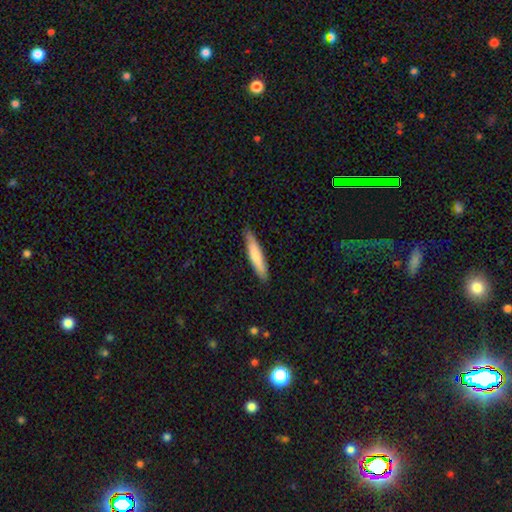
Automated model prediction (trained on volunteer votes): A smooth galaxy with no disk features (72%) that is cigar-shaped (86%).

Vote fractions:
- Smooth or featured? smooth: 72% / featured or disk: 23% / star or artifact: 5%
- How rounded? cigar-shaped: 86% / in between: 13% / round: 1%
- Merging? none: 84% / minor disturbance: 13% / major disturbance: 2% / merger: 1%